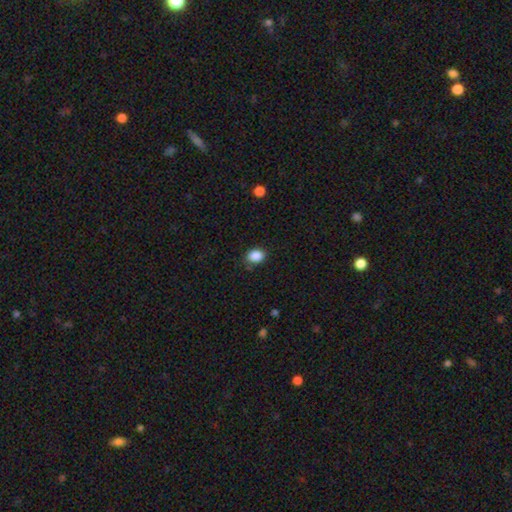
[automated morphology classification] Overall: smooth (88%). How rounded: in between (63%; round 36%). Merging: none (81%).